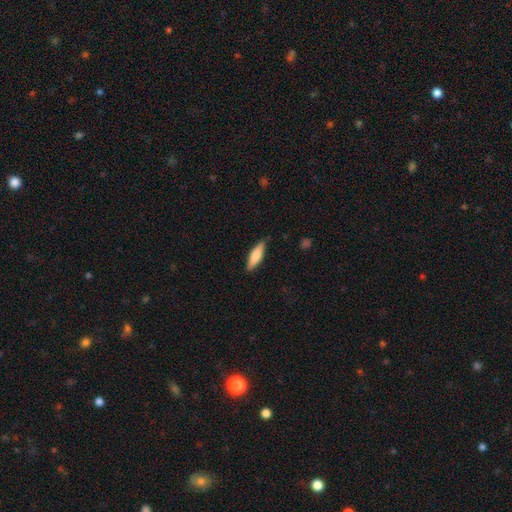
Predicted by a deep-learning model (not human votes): smooth-or-featured: smooth: 71% | featured or disk: 24% | star or artifact: 6%
  how-rounded: cigar-shaped: 61% | in between: 37% | round: 2%
  merging: none: 85% | minor disturbance: 12% | major disturbance: 2% | merger: 1%